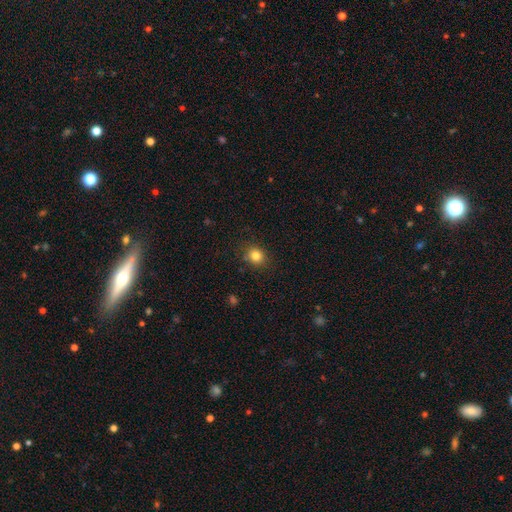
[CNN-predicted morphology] Smooth or featured?
  - smooth: 83% *
  - star or artifact: 11%
  - featured or disk: 6%
How rounded?
  - round: 74% *
  - in between: 25%
  - cigar-shaped: 1%
Merging?
  - none: 85% *
  - minor disturbance: 10%
  - major disturbance: 3%
  - merger: 2%